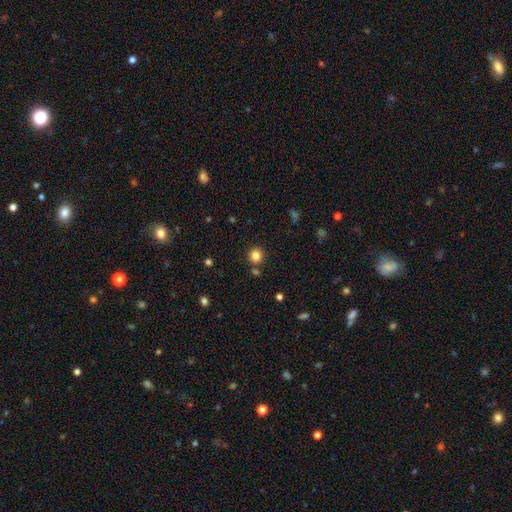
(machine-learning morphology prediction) This is clearly a smooth galaxy (83%). How rounded: clearly round (92%). Merging: clearly none (85%).